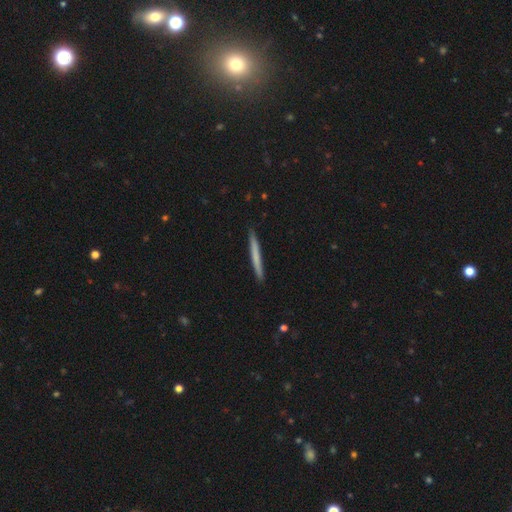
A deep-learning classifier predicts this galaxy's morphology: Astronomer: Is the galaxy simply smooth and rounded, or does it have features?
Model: smooth — 64%.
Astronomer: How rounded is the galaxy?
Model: cigar-shaped — 97%.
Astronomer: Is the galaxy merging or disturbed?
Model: none — 91%.